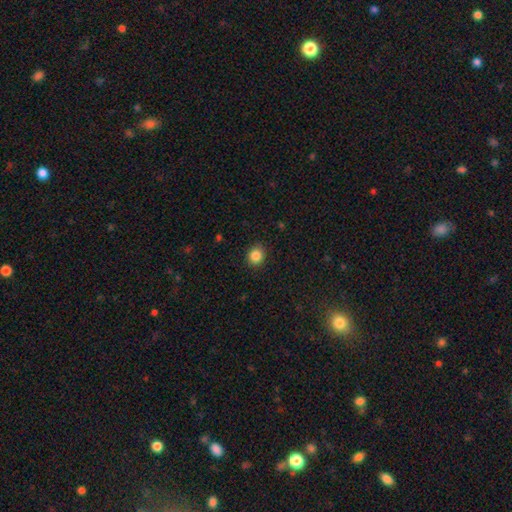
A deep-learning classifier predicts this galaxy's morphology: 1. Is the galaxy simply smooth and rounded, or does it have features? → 85% smooth, 11% star or artifact, 4% featured or disk.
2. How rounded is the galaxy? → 81% round, 18% in between, 1% cigar-shaped.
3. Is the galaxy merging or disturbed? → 89% none, 7% minor disturbance, 2% major disturbance, 1% merger.